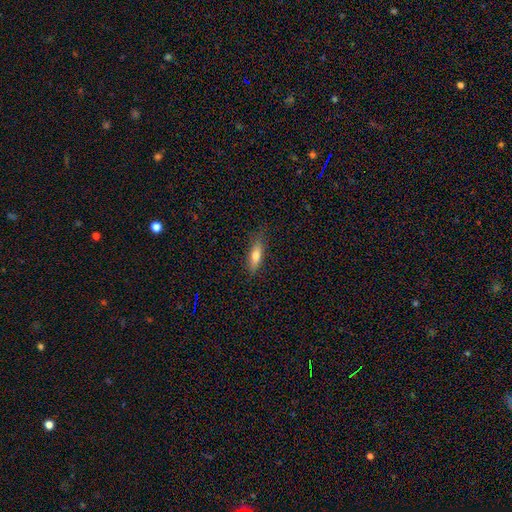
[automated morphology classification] smooth_or_featured: smooth (p=0.72) [alt: featured or disk p=0.21]
how_rounded: in between (p=0.51) [alt: cigar-shaped p=0.47]
merging: none (p=0.79) [alt: minor disturbance p=0.16]